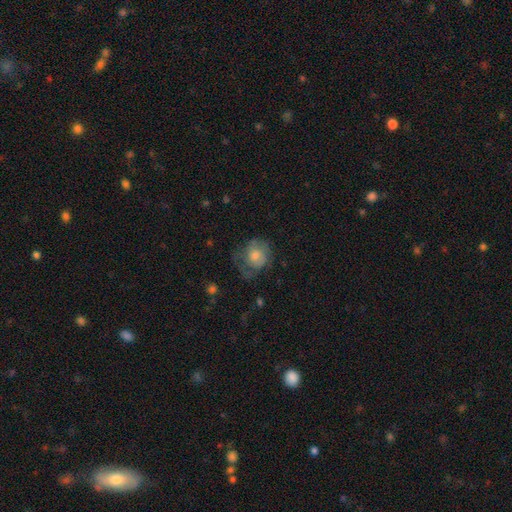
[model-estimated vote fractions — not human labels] A smooth galaxy with no disk features (60%) that is round (70%).

Vote fractions:
- Smooth or featured? smooth: 60% / featured or disk: 32% / star or artifact: 8%
- How rounded? round: 70% / in between: 29% / cigar-shaped: 1%
- Merging? none: 41% / major disturbance: 30% / minor disturbance: 27% / merger: 2%